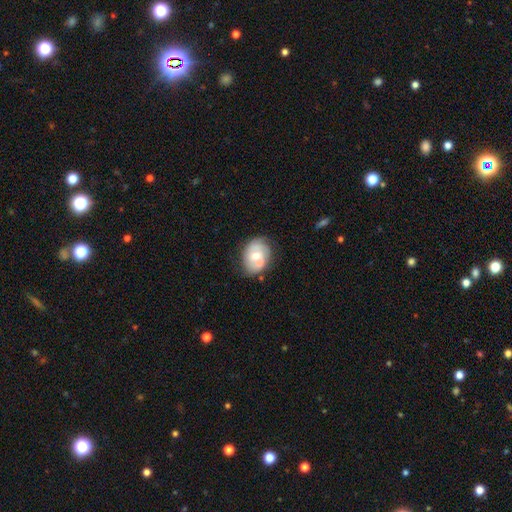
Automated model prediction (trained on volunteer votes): Smooth or featured: smooth — 49% (featured or disk — 44%)
Merging: none — 47% (merger — 28%)